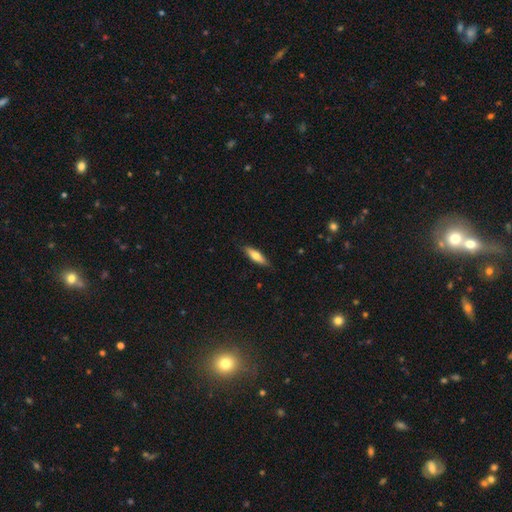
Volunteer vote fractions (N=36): Smooth or featured? smooth (56%)
How rounded? cigar-shaped (65%)
Merging? none (85%)